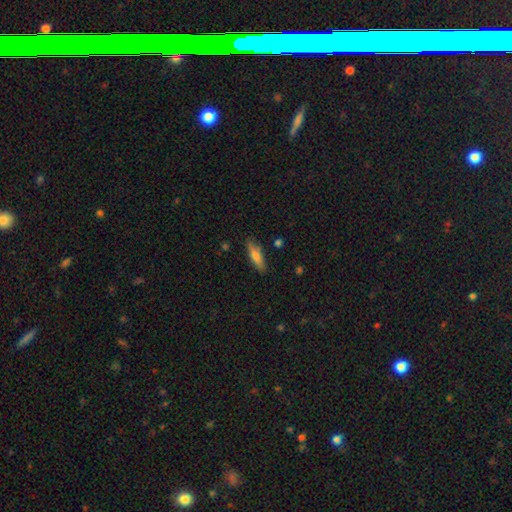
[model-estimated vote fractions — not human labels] Q: Smooth or featured?
A: smooth (72%); runner-up: featured or disk (21%)
Q: How rounded?
A: cigar-shaped (64%); runner-up: in between (34%)
Q: Merging?
A: none (82%); runner-up: minor disturbance (13%)